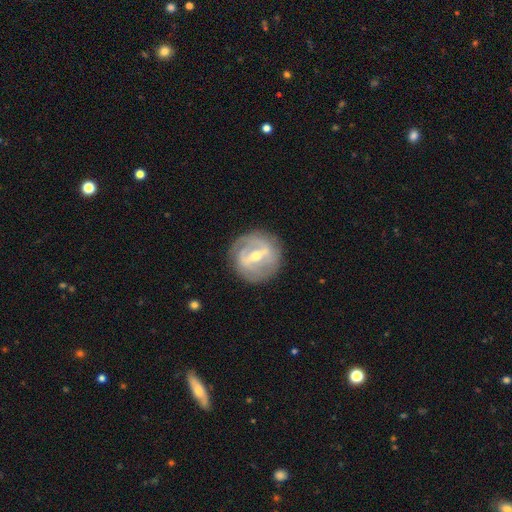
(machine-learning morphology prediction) This appears to be a featured or disk galaxy (79%) with a strong bar (61%), spiral arms (64%) and a moderate central bulge (65%). Merging: none (82%).